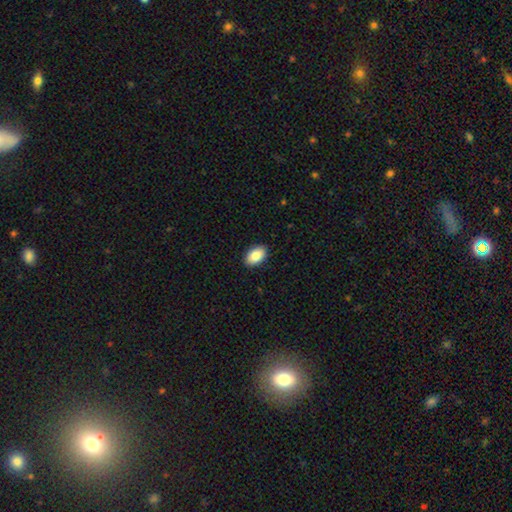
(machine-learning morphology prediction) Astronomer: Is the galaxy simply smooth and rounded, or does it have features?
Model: smooth — 86%.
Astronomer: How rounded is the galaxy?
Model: in between — 92%.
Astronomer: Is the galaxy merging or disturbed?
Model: none — 90%.